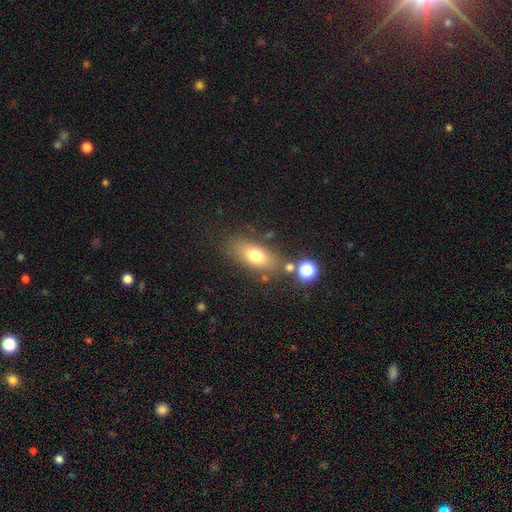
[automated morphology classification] Q: Smooth or featured?
A: smooth (72%); runner-up: featured or disk (18%)
Q: How rounded?
A: in between (77%); runner-up: cigar-shaped (14%)
Q: Merging?
A: none (73%); runner-up: minor disturbance (14%)